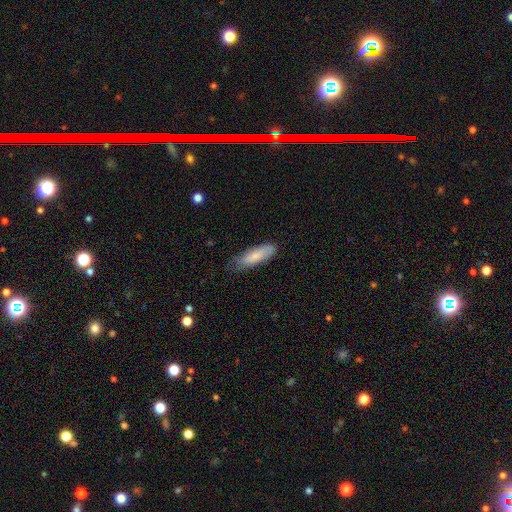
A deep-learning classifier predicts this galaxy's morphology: A smooth galaxy with no disk features (76%) that is in between round and cigar-shaped (50%). Merging: none (63%).